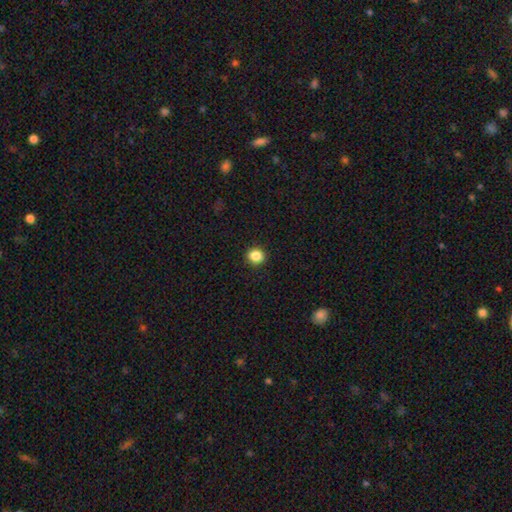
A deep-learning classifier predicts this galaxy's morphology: smooth-or-featured: smooth: 86% | star or artifact: 10% | featured or disk: 3%
  how-rounded: round: 82% | in between: 18% | cigar-shaped: 1%
  merging: none: 92% | minor disturbance: 5% | major disturbance: 2% | merger: 1%